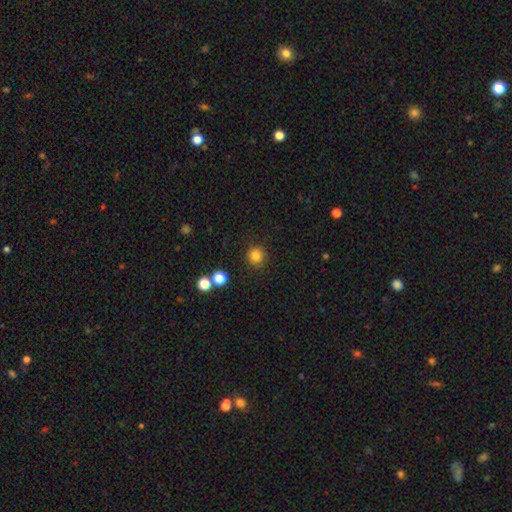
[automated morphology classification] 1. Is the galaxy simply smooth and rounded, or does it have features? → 83% smooth, 12% star or artifact, 5% featured or disk.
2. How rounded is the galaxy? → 93% round, 6% in between, 1% cigar-shaped.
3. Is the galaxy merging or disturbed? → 88% none, 7% minor disturbance, 2% major disturbance, 2% merger.